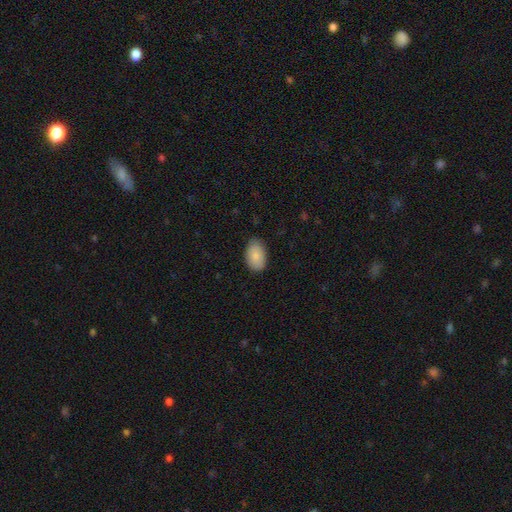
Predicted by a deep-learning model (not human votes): This appears to be a smooth galaxy with no disk features (87%) that is in between round and cigar-shaped (93%). Merging: none (83%).